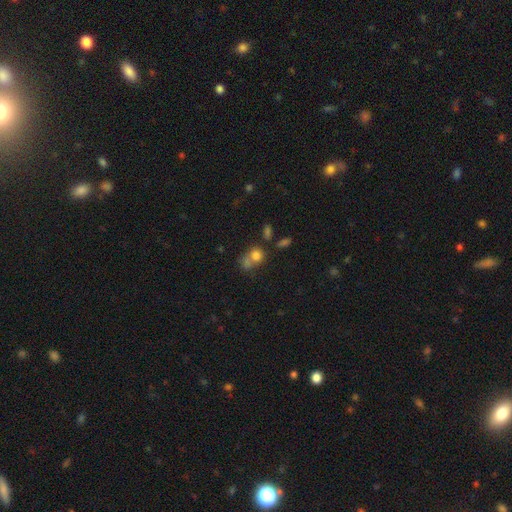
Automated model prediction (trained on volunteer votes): The model was most divided on "merging": merger: 43%, none: 40%, minor disturbance: 11%, major disturbance: 7%. More confident: smooth or featured — smooth (75%); how rounded — round (69%).